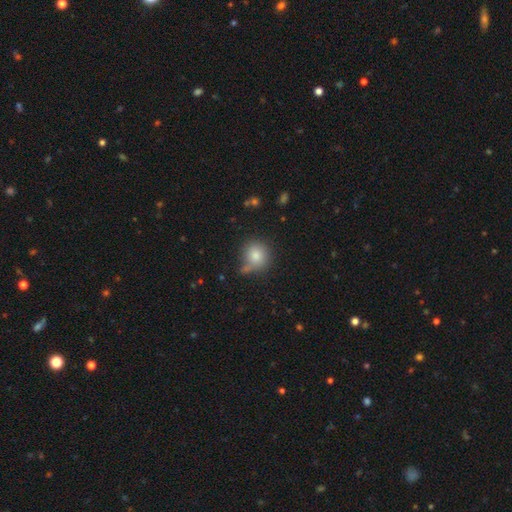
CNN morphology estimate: The model was most divided on "merging": none: 63%, minor disturbance: 19%, merger: 12%, major disturbance: 7%. More confident: how rounded — round (87%); smooth or featured — smooth (82%).